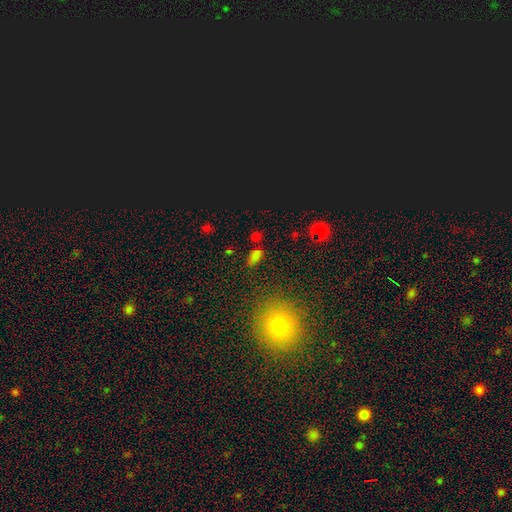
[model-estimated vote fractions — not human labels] This is possibly a smooth galaxy (59%). How rounded: likely in between (79%). Merging: likely none (68%).